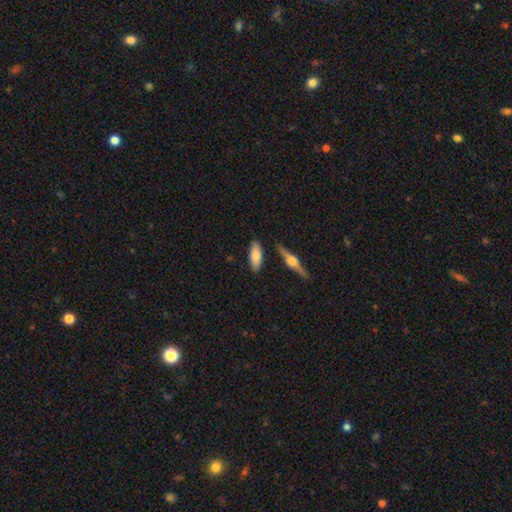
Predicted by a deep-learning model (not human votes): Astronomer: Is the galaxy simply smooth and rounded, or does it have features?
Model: smooth — 74%.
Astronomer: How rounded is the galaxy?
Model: in between — 74%.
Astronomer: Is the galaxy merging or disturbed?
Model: none — 79%.